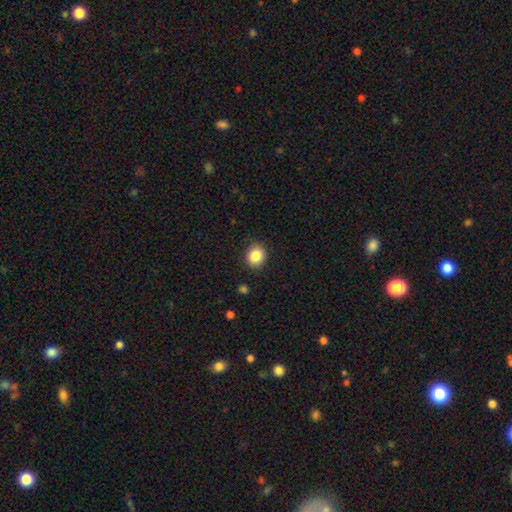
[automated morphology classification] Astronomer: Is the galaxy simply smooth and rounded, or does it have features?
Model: smooth — 85%.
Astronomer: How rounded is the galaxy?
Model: round — 69%.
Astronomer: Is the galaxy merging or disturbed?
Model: none — 89%.